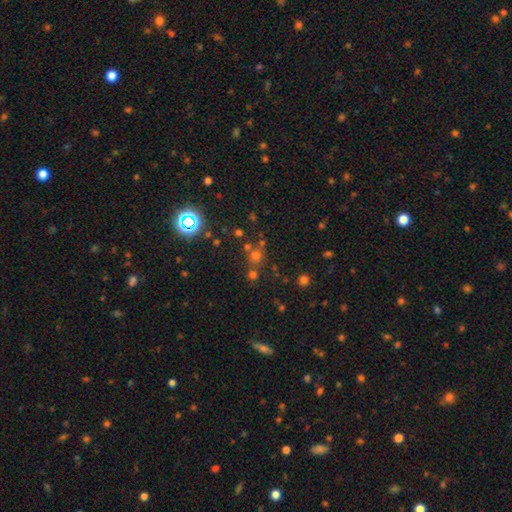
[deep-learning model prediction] Overall: smooth (49%; star or artifact 41%). Merging: none (64%).